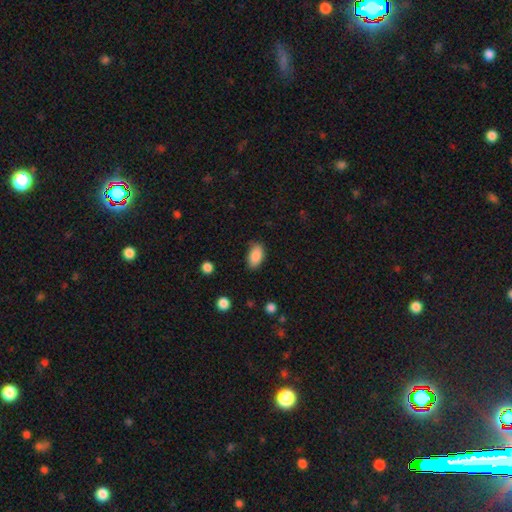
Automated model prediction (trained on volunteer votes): This appears to be a smooth galaxy with no disk features (88%) that is in between round and cigar-shaped (92%). Merging: none (80%).